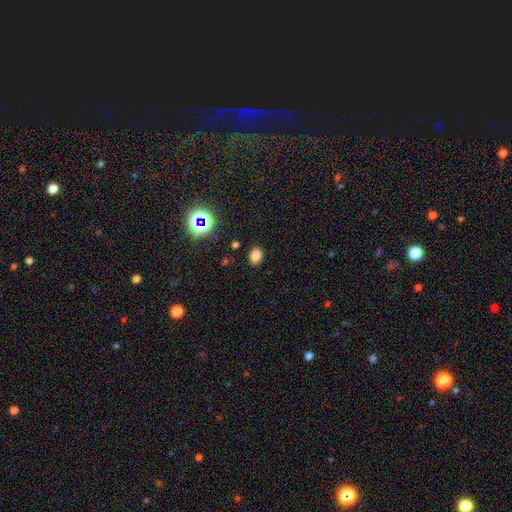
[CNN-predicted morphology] A smooth galaxy with no disk features (79%) that is in between round and cigar-shaped (77%). Merging: none (86%).